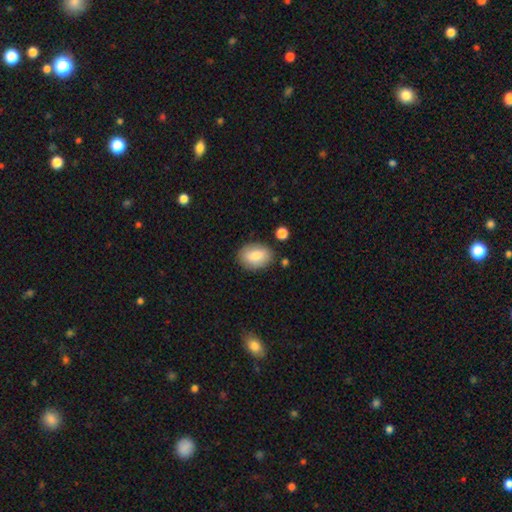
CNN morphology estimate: This appears to be a smooth galaxy with no disk features (82%) that is in between round and cigar-shaped (80%). Merging: none (82%).